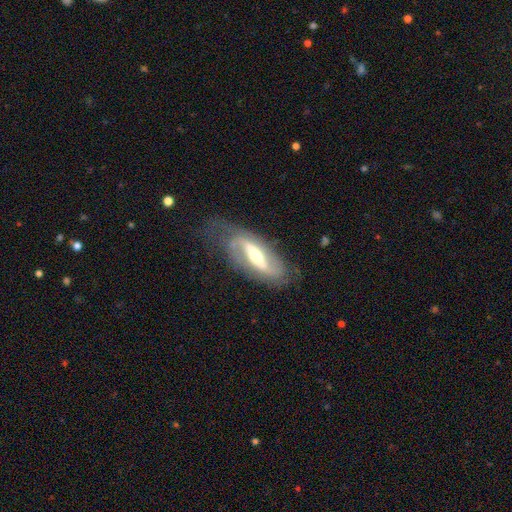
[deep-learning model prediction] Smooth or featured? featured or disk (82%)
Edge-on disk? no (87%)
Bar? strong (54%)
Spiral arms? yes (90%)
Spiral winding? loose (52%)
Spiral arm count? 2 (84%)
Bulge size? moderate (64%)
Merging? none (57%)